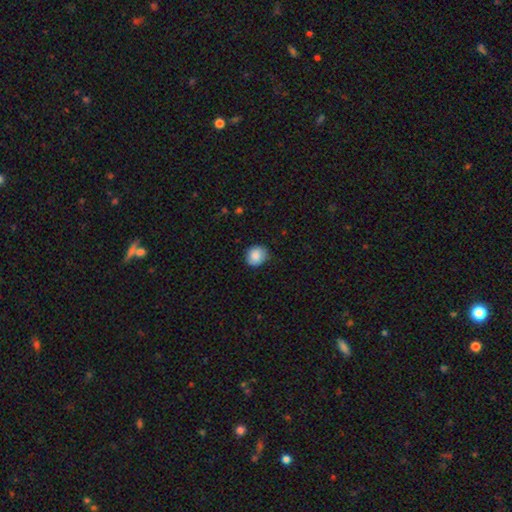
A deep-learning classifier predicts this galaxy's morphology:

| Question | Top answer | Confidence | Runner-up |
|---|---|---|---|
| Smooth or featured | smooth | 86% | star or artifact (8%) |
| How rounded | round | 75% | in between (24%) |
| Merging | none | 79% | minor disturbance (17%) |